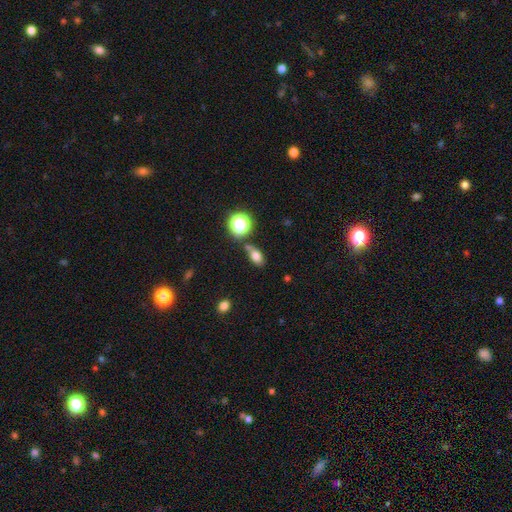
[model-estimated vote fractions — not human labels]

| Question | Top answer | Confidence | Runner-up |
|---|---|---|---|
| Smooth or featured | smooth | 74% | star or artifact (15%) |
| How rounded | in between | 80% | round (15%) |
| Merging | none | 65% | minor disturbance (17%) |